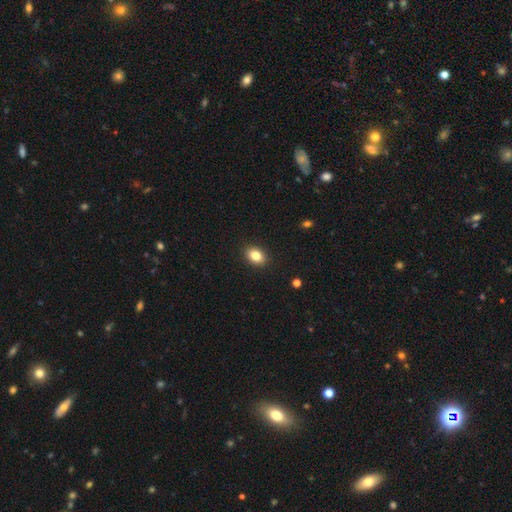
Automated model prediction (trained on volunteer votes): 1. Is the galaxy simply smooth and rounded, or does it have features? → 84% smooth, 9% star or artifact, 7% featured or disk.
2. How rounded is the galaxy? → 72% in between, 27% round, 1% cigar-shaped.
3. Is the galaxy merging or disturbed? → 90% none, 7% minor disturbance, 2% major disturbance, 1% merger.